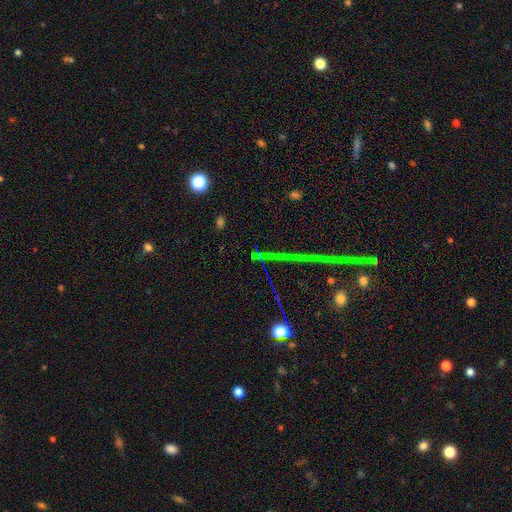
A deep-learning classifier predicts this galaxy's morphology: Smooth or featured?
  - star or artifact: 69% *
  - smooth: 18%
  - featured or disk: 13%